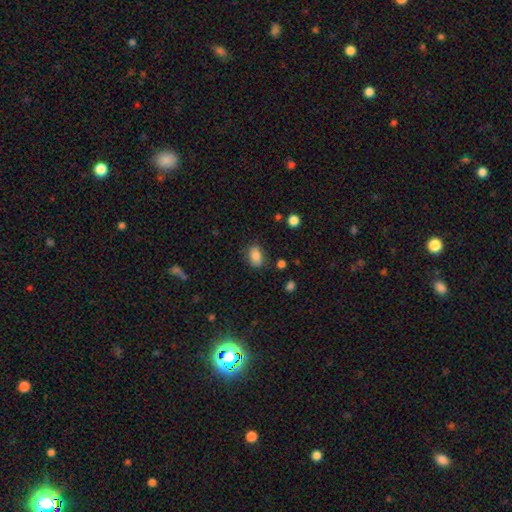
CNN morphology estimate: smooth-or-featured: smooth: 84% | star or artifact: 9% | featured or disk: 7%
  how-rounded: in between: 86% | round: 12% | cigar-shaped: 2%
  merging: none: 81% | minor disturbance: 13% | major disturbance: 3% | merger: 2%